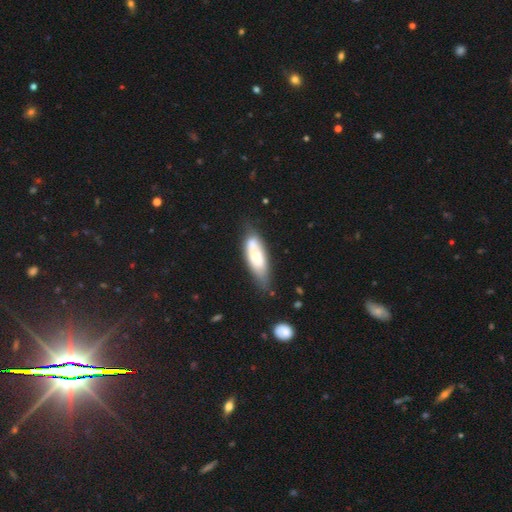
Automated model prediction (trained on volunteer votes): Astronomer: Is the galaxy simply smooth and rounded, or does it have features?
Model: smooth — 59% (runner-up: featured or disk, 34%).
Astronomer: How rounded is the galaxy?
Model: in between — 57% (runner-up: cigar-shaped, 41%).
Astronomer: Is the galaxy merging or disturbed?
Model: none — 53% (runner-up: minor disturbance, 29%).